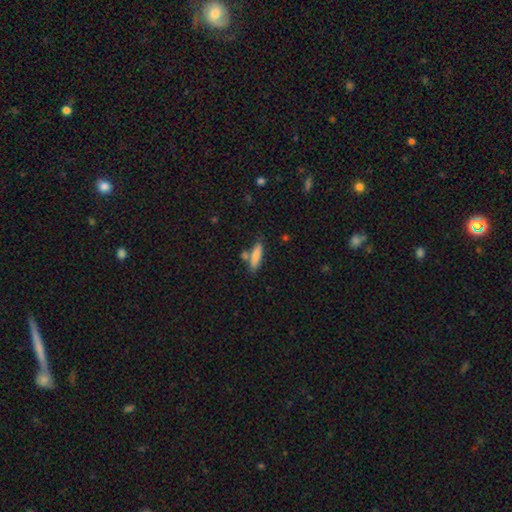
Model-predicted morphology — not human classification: type=smooth (82%); roundness=cigar-shaped (67%); merging=none (70%).